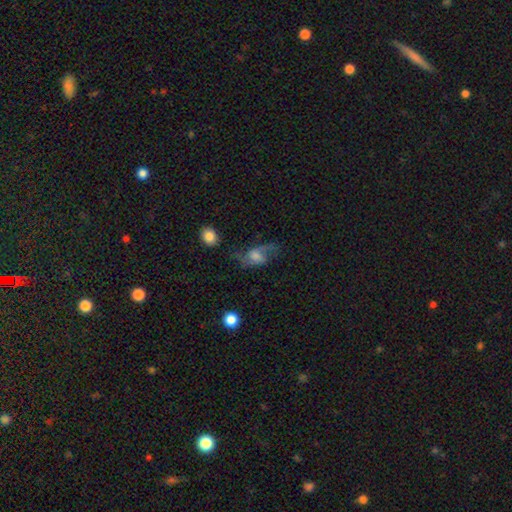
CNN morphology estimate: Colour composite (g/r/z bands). It shows a featured or disk galaxy (58%) with no bar (50%), spiral arms (82%) and a moderate central bulge (39%). Merging: none (46%).